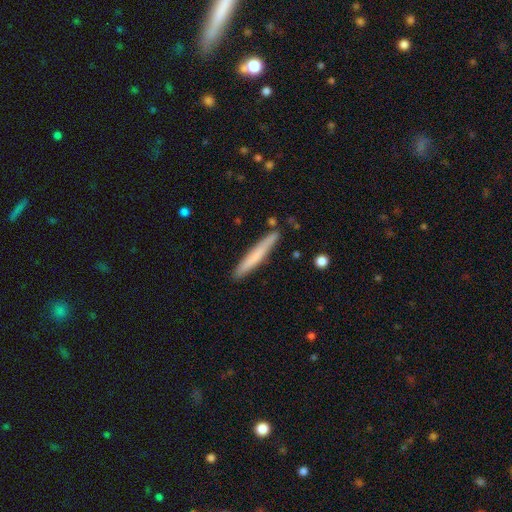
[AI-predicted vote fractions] The model was most divided on "smooth or featured": smooth: 69%, featured or disk: 25%, star or artifact: 6%. More confident: how rounded — cigar-shaped (96%); merging — none (85%).